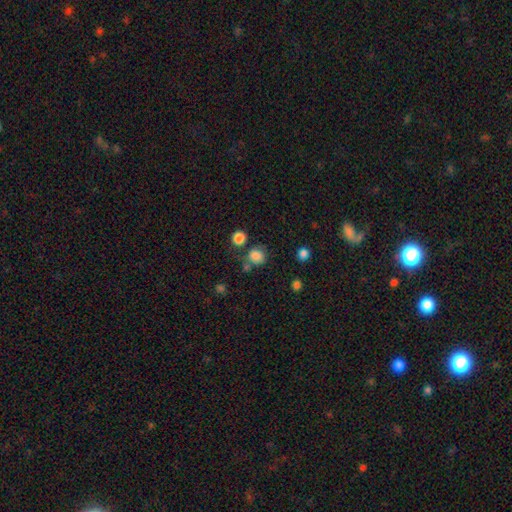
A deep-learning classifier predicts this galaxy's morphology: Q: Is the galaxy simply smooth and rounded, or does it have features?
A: smooth — 82%.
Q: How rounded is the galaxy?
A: round — 81%.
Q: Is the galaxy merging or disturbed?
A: none — 67%.